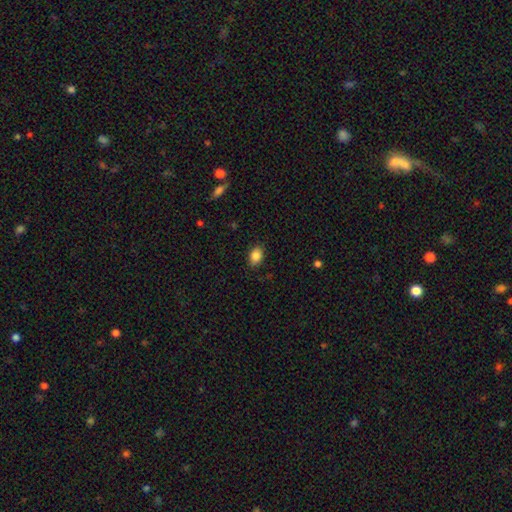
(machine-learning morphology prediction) A smooth galaxy with no disk features (87%) that is in between round and cigar-shaped (80%). Merging: none (85%).